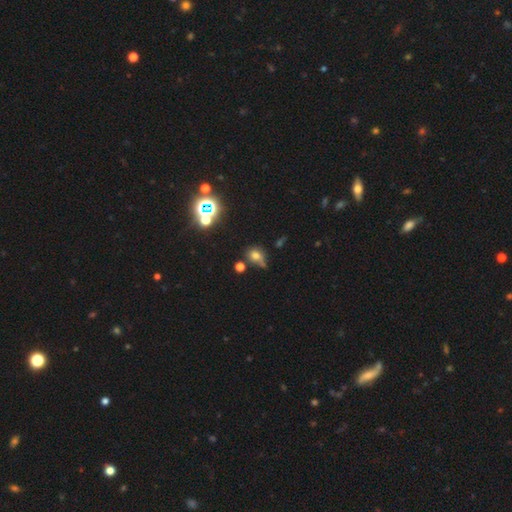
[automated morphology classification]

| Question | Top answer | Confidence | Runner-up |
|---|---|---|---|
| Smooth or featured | smooth | 64% | star or artifact (22%) |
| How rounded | round | 61% | in between (37%) |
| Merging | none | 46% | minor disturbance (28%) |